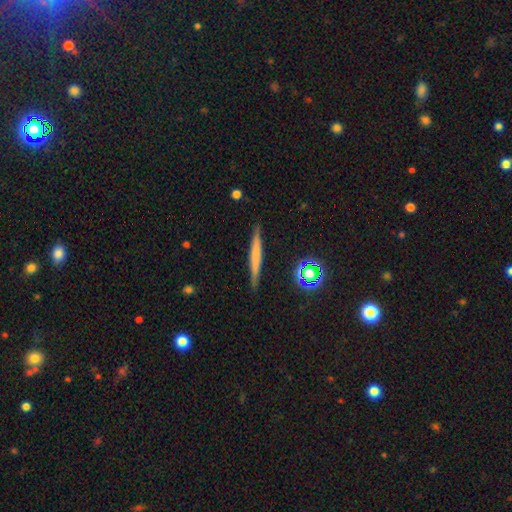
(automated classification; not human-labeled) Smooth or featured?
  - smooth: 52% *
  - featured or disk: 39%
  - star or artifact: 9%
How rounded?
  - cigar-shaped: 95% *
  - in between: 3%
  - round: 2%
Merging?
  - none: 89% *
  - minor disturbance: 8%
  - major disturbance: 2%
  - merger: 1%